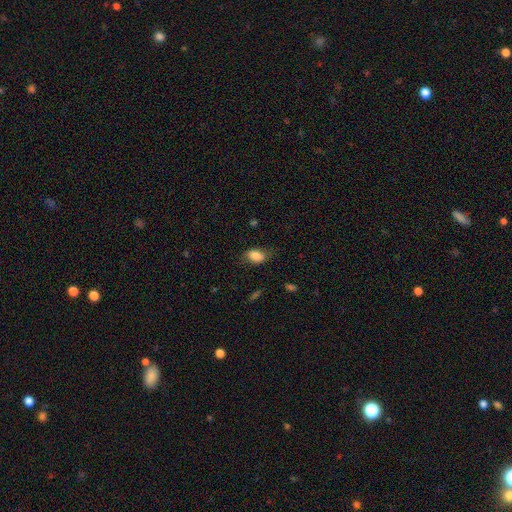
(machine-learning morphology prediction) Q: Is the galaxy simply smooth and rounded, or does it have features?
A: smooth — 82%.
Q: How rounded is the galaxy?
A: in between — 84%.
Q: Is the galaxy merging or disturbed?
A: none — 64%.